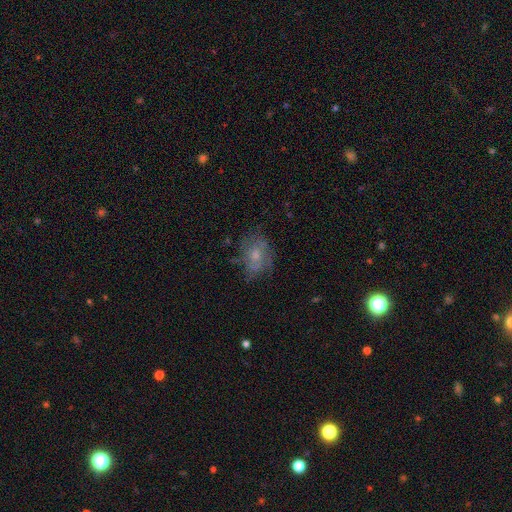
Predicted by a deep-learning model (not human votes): Q: Smooth or featured?
A: featured or disk (48%); runner-up: smooth (41%)
Q: Merging?
A: none (60%); runner-up: minor disturbance (24%)